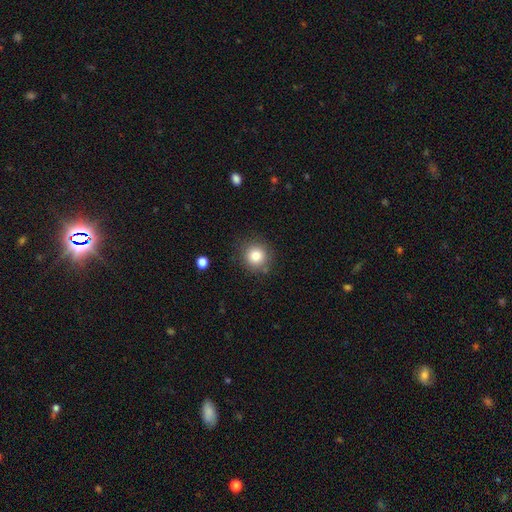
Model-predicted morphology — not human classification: smooth 82%, star or artifact 11%, featured or disk 7%. Down the decision tree: how rounded — round (92%); merging — none (84%).